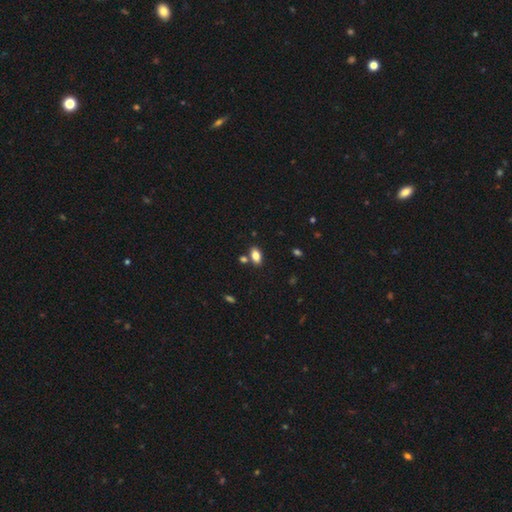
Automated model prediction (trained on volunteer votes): This appears to be a smooth galaxy with no disk features (83%) that is in between round and cigar-shaped (91%). Merging: none (75%).